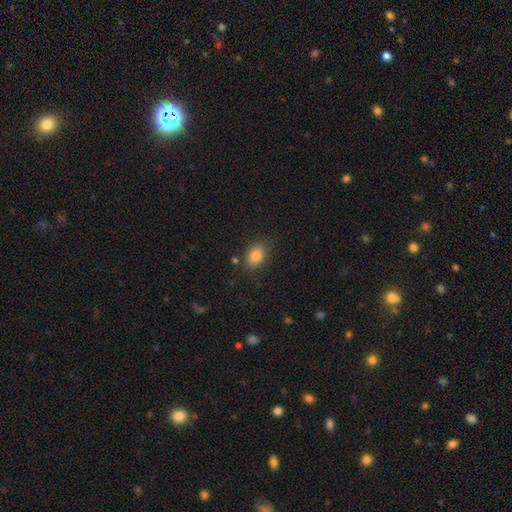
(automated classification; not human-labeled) A smooth galaxy with no disk features (82%) that is in between round and cigar-shaped (85%).

Vote fractions:
- Smooth or featured? smooth: 82% / featured or disk: 9% / star or artifact: 9%
- How rounded? in between: 85% / round: 13% / cigar-shaped: 3%
- Merging? none: 79% / minor disturbance: 14% / major disturbance: 4% / merger: 3%